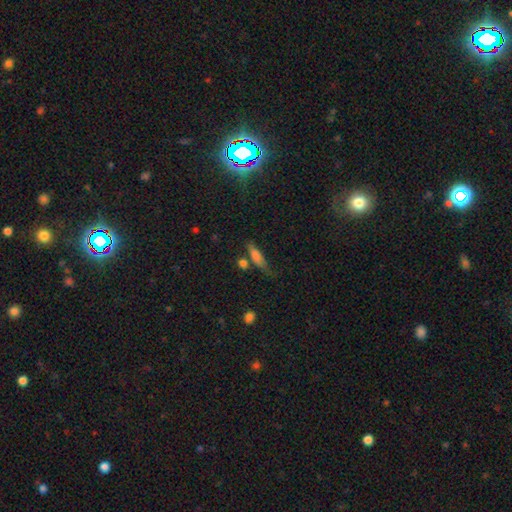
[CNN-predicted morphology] The model was most divided on "how rounded": cigar-shaped: 63%, in between: 33%, round: 4%. More confident: smooth or featured — smooth (73%); merging — none (56%).